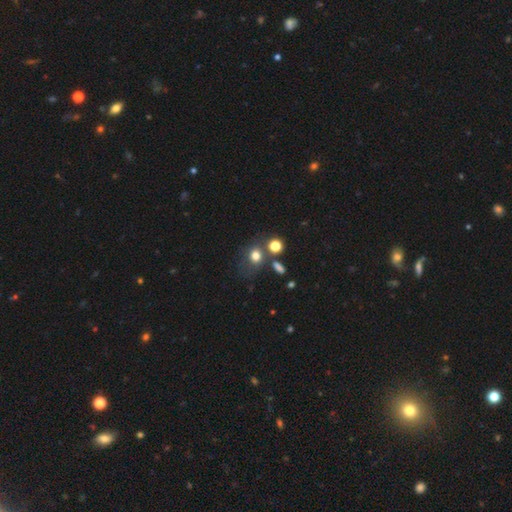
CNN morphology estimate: A smooth galaxy with no disk features (73%) that is round (63%). Merging: none (53%).